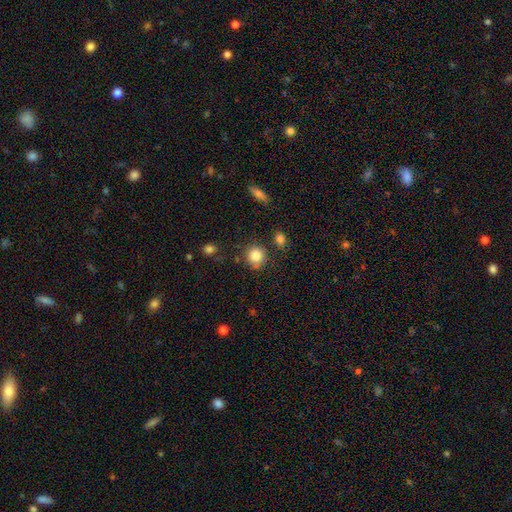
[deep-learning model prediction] smooth-or-featured: smooth: 84% | star or artifact: 10% | featured or disk: 7%
  how-rounded: round: 85% | in between: 14% | cigar-shaped: 1%
  merging: none: 79% | minor disturbance: 12% | merger: 5% | major disturbance: 3%